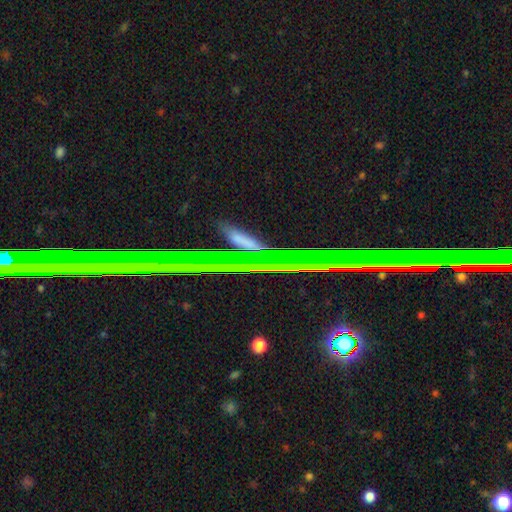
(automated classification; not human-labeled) Morphology: type=star or artifact (77%).